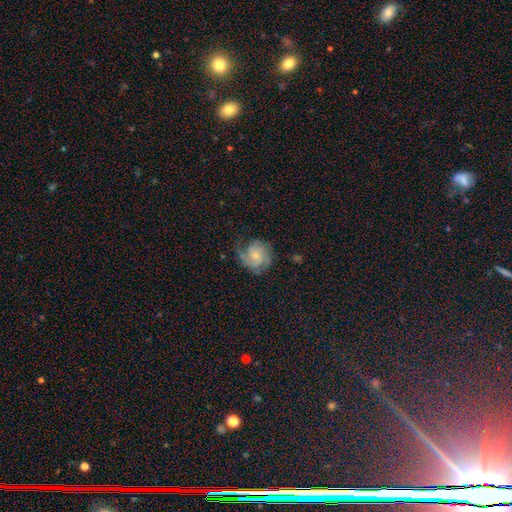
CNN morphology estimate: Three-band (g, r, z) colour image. It shows a featured or disk galaxy (61%) with no bar (70%), 2 (37%) tight (44%) spiral arms (90%) and a small central bulge (64%). Merging: none (61%).